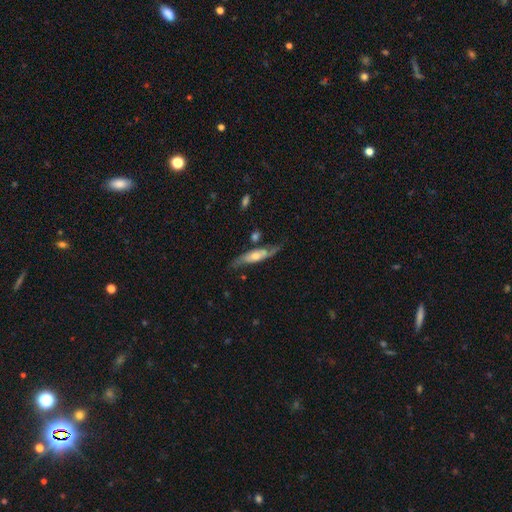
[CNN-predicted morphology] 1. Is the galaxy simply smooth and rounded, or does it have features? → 61% featured or disk, 33% smooth, 6% star or artifact.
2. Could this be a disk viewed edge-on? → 55% no, 45% yes.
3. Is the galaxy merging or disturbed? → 63% none, 22% minor disturbance, 9% major disturbance, 6% merger.